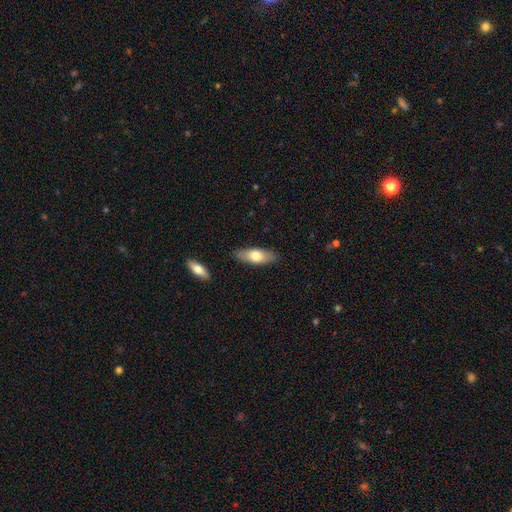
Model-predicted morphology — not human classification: smooth_or_featured: smooth (p=0.69) [alt: featured or disk p=0.25]
how_rounded: in between (p=0.70) [alt: cigar-shaped p=0.28]
merging: none (p=0.86) [alt: minor disturbance p=0.10]